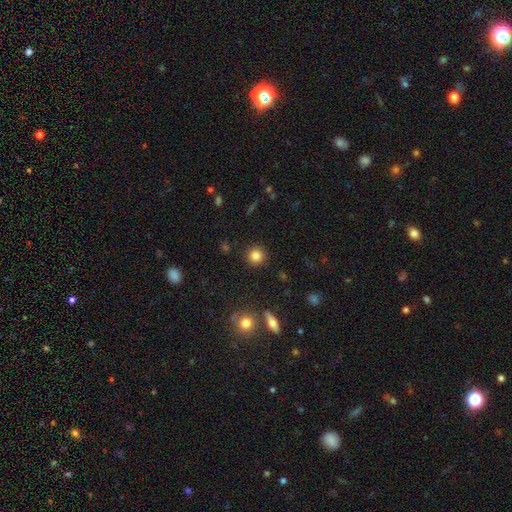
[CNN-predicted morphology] smooth 83%, star or artifact 11%, featured or disk 6%. Down the decision tree: how rounded — round (94%); merging — none (91%).